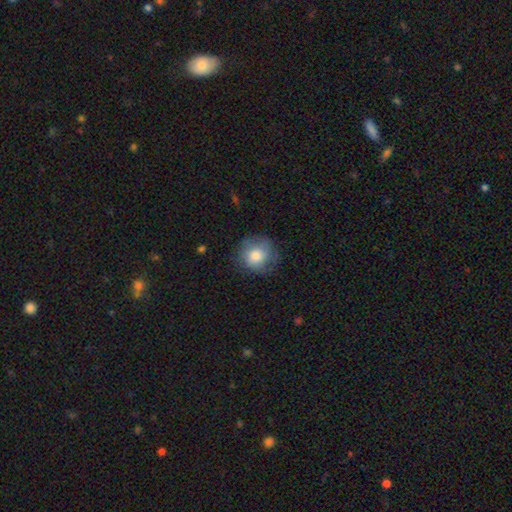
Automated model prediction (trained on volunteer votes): Overall: smooth (76%). How rounded: round (88%). Merging: none (71%).